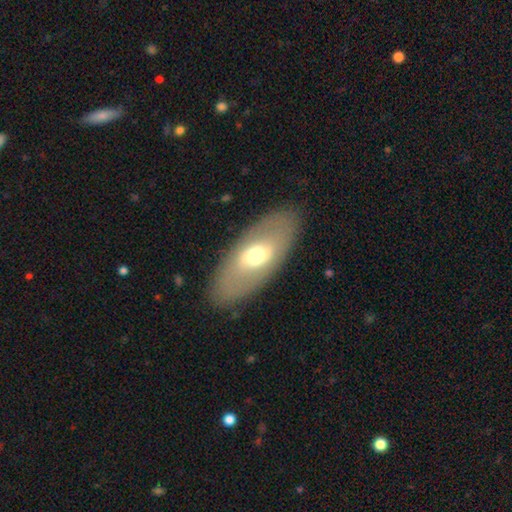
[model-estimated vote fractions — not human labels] This is possibly a smooth galaxy (50%). Merging: clearly none (85%).